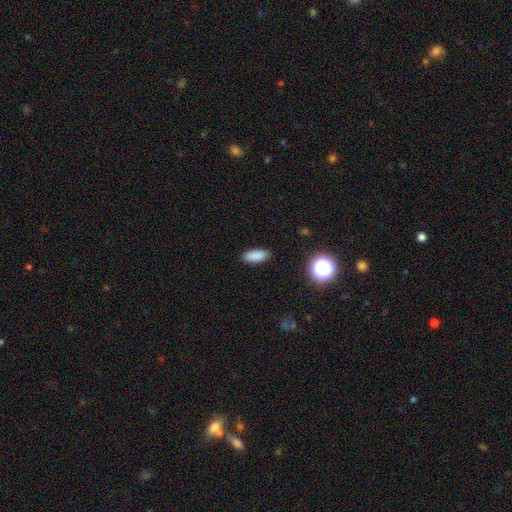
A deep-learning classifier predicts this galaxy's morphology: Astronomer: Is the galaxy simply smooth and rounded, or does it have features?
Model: smooth — 85%.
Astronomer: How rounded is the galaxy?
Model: in between — 79%.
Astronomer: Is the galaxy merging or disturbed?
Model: none — 87%.